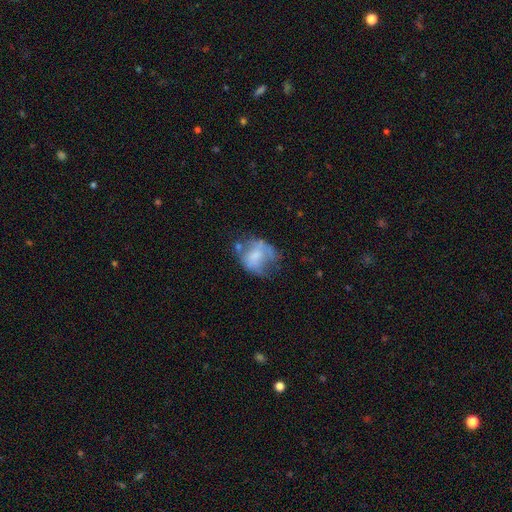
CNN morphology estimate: This is possibly a smooth galaxy (47%). Merging: marginally none (36%).